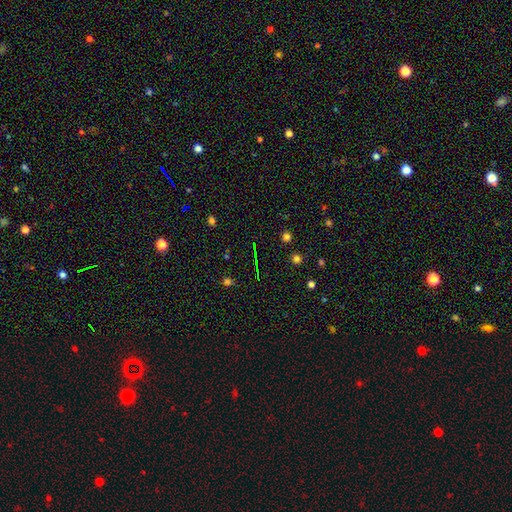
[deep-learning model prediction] A star or artifact, not a galaxy (64%).

Vote fractions:
- Smooth or featured? star or artifact: 64% / smooth: 22% / featured or disk: 14%